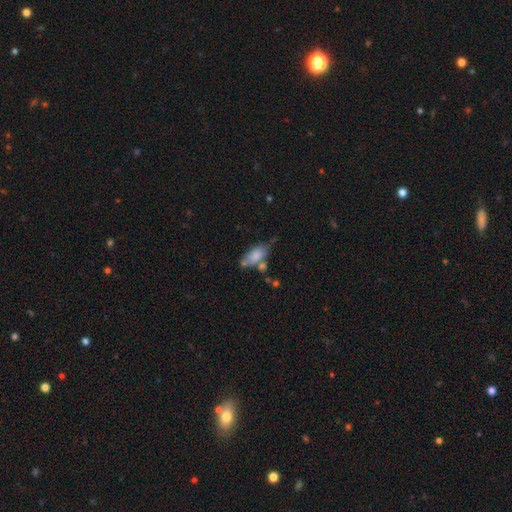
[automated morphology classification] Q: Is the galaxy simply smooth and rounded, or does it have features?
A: smooth — 77%.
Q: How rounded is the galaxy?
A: in between — 88%.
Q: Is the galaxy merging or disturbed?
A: none — 50%.